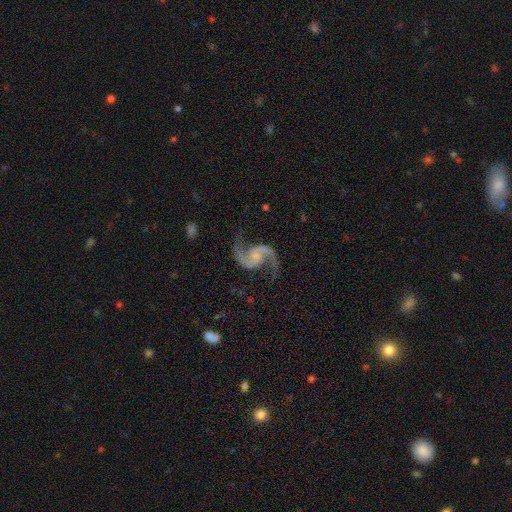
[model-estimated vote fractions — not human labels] A featured or disk galaxy (93%) with no bar (55%), 2 (95%) loose (54%) spiral arms (98%) and a small central bulge (42%).

Vote fractions:
- Smooth or featured? featured or disk: 93% / star or artifact: 4% / smooth: 3%
- Edge-on disk? no: 98% / yes: 2%
- Bar? no: 55% / weak: 36% / strong: 9%
- Spiral arms? yes: 98% / no: 2%
- Spiral winding? loose: 54% / medium: 40% / tight: 6%
- Spiral arm count? 2: 95% / 1: 1% / can't tell: 1% / 3: 1% / 4: 1% / more than 4: 1%
- Bulge size? small: 42% / none: 31% / moderate: 22% / large: 4% / dominant: 1%
- Merging? none: 79% / minor disturbance: 13% / major disturbance: 7% / merger: 2%